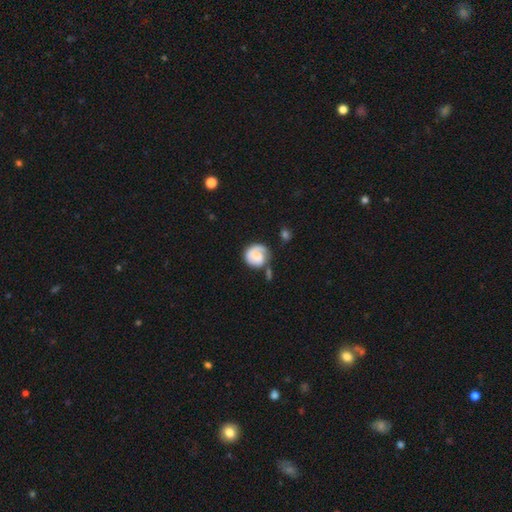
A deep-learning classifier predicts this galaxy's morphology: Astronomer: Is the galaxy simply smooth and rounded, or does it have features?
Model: featured or disk — 60%.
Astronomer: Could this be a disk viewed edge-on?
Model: no — 98%.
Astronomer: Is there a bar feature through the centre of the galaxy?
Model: no — 49% (runner-up: weak, 40%).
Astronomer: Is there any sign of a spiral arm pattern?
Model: yes — 87%.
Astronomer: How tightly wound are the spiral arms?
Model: tight — 56%.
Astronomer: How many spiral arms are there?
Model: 1 — 47% (runner-up: 2, 38%).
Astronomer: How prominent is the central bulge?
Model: moderate — 42% (runner-up: small, 37%).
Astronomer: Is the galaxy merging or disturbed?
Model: none — 54%.